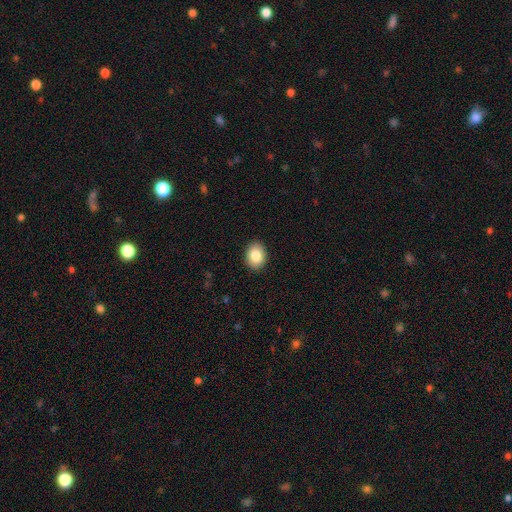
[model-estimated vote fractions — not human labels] A smooth galaxy with no disk features (85%) that is in between round and cigar-shaped (64%).

Vote fractions:
- Smooth or featured? smooth: 85% / star or artifact: 8% / featured or disk: 7%
- How rounded? in between: 64% / round: 35% / cigar-shaped: 1%
- Merging? none: 90% / minor disturbance: 7% / major disturbance: 2% / merger: 1%